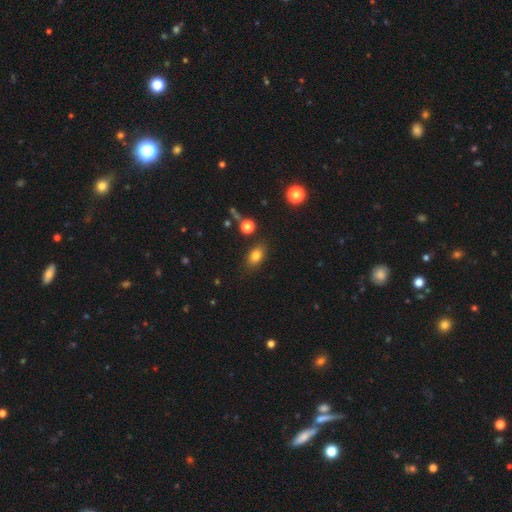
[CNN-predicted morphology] Smooth or featured: smooth — 81% (star or artifact — 11%)
How rounded: in between — 80% (round — 17%)
Merging: none — 82% (minor disturbance — 12%)